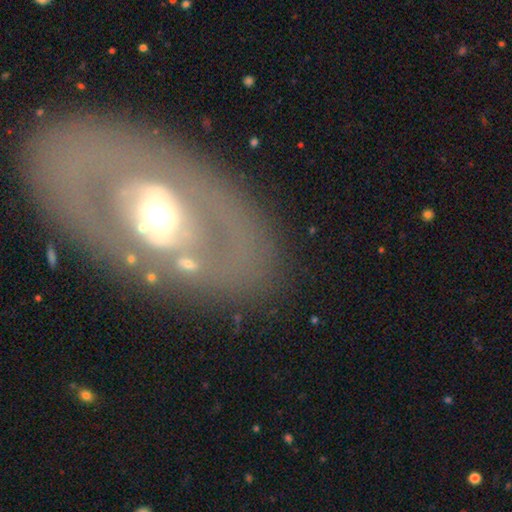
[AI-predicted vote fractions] A featured or disk galaxy (69%) with no bar (74%), no spiral arms (73%) and a moderate central bulge (64%). Merging: none (81%).